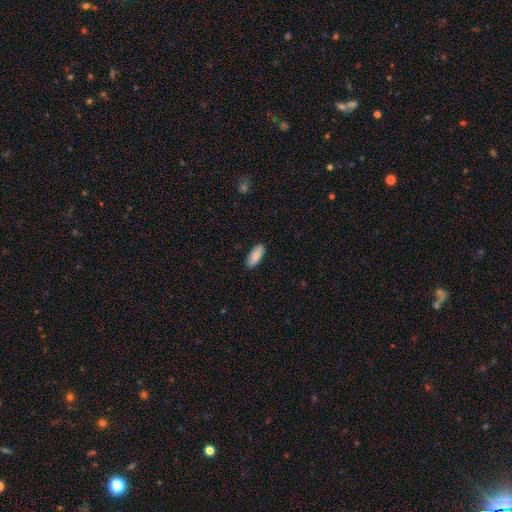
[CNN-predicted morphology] This appears to be a smooth galaxy with no disk features (85%) that is in between round and cigar-shaped (80%). Merging: none (87%).